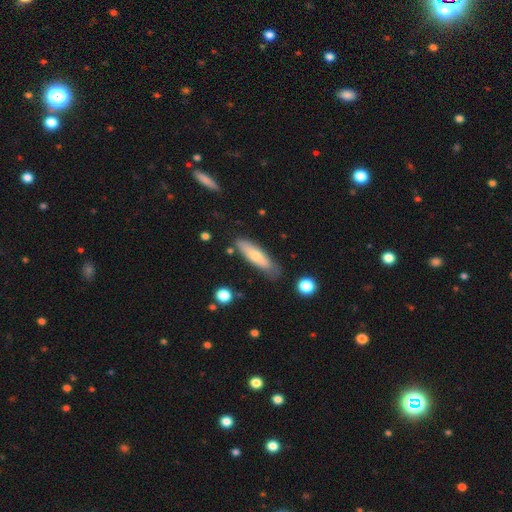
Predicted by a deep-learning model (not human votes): This is likely a smooth galaxy (63%). How rounded: likely cigar-shaped (64%). Merging: likely none (73%).